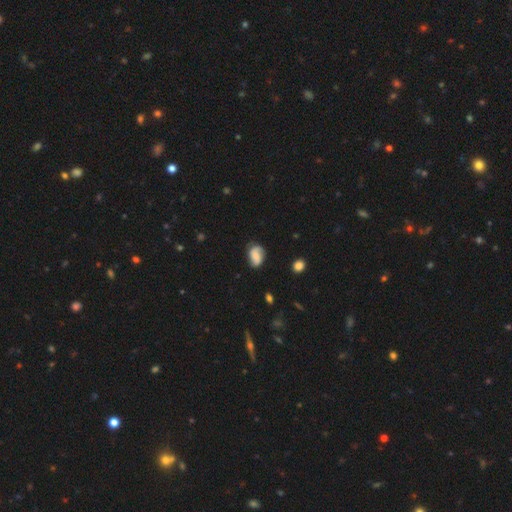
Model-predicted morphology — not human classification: featured or disk 50%, smooth 41%, star or artifact 8%. Down the decision tree: edge-on disk — no (97%); merging — none (66%).